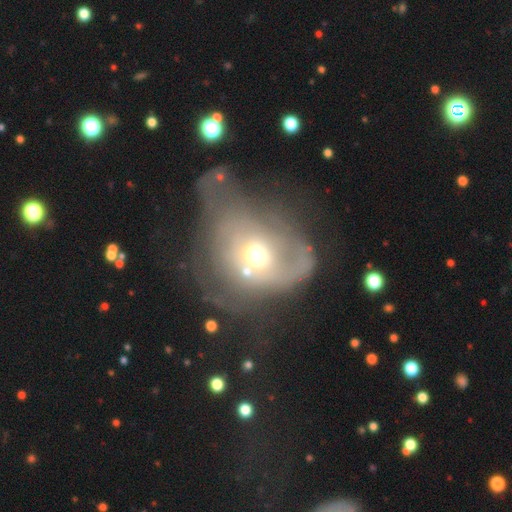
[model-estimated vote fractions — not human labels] Smooth or featured? featured or disk (58%)
Edge-on disk? no (96%)
Bar? no (82%)
Spiral arms? no (55%)
Bulge size? moderate (67%)
Merging? major disturbance (51%)